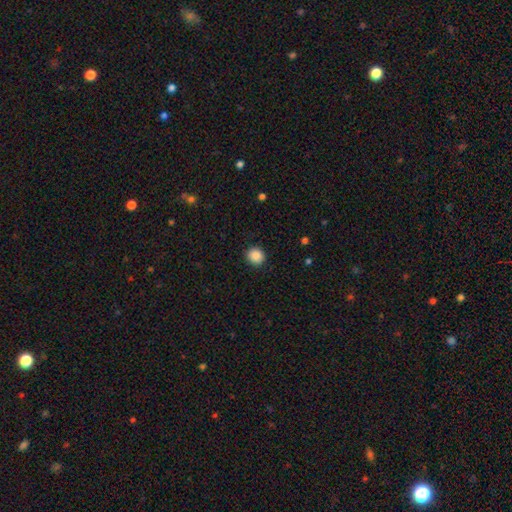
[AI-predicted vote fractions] This is clearly a smooth galaxy (88%). How rounded: clearly round (87%). Merging: clearly none (91%).